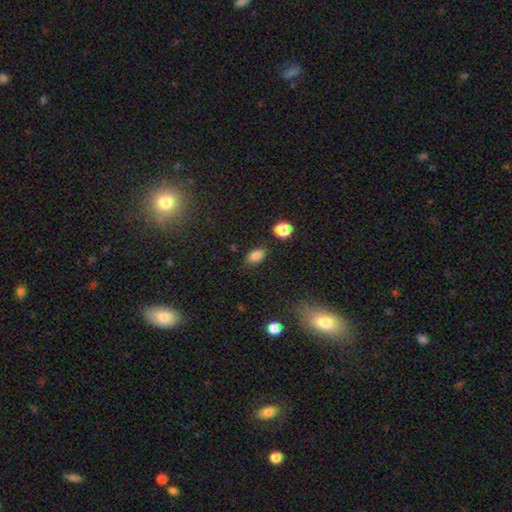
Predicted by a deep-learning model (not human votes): Smooth or featured? Predicted: smooth (p=0.85). How rounded? Predicted: in between (p=0.86). Merging? Predicted: none (p=0.80).